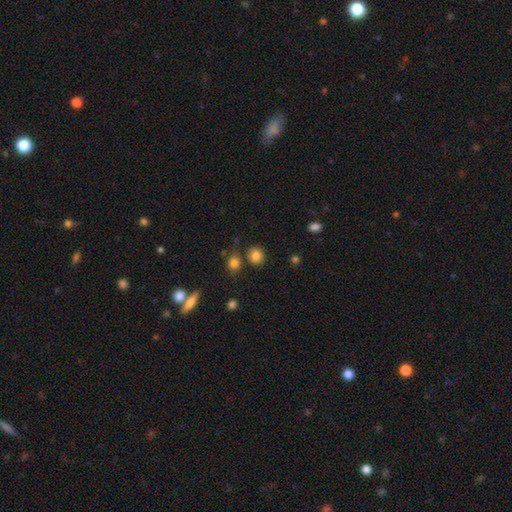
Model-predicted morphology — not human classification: smooth_or_featured: smooth (p=0.83) [alt: star or artifact p=0.11]
how_rounded: round (p=0.80) [alt: in between p=0.19]
merging: none (p=0.76) [alt: minor disturbance p=0.10]